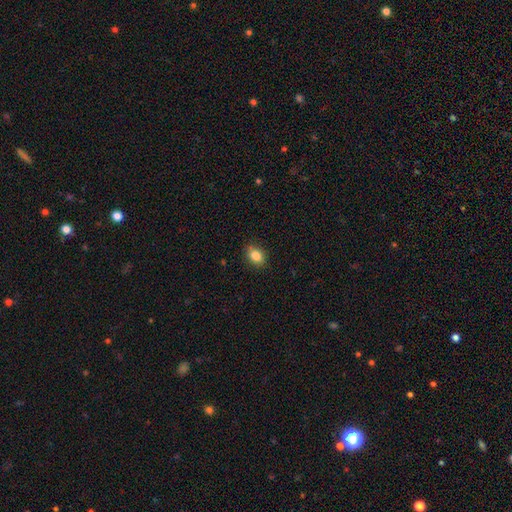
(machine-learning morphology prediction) Smooth or featured: smooth — 85% (star or artifact — 9%)
How rounded: in between — 70% (round — 29%)
Merging: none — 86% (minor disturbance — 11%)